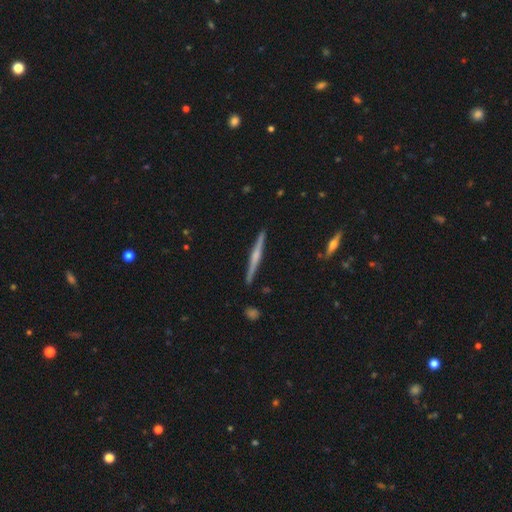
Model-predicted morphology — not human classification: Q: Smooth or featured?
A: featured or disk (76%); runner-up: smooth (19%)
Q: Edge-on disk?
A: yes (98%); runner-up: no (2%)
Q: Edge-on bulge?
A: rounded (72%); runner-up: none (16%)
Q: Merging?
A: none (91%); runner-up: minor disturbance (6%)